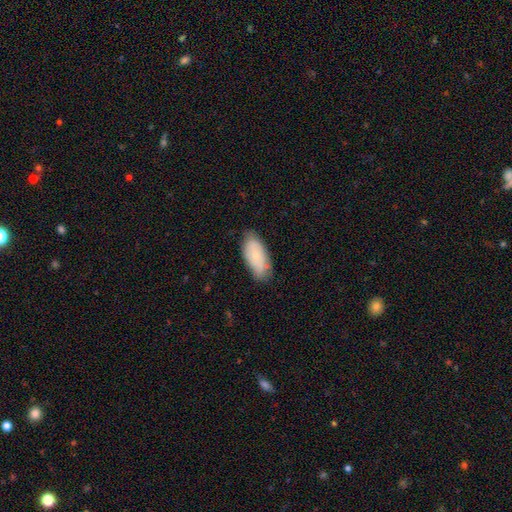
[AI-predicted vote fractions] smooth-or-featured: smooth: 58% | featured or disk: 35% | star or artifact: 7%
  how-rounded: in between: 92% | cigar-shaped: 6% | round: 3%
  merging: none: 70% | minor disturbance: 24% | major disturbance: 4% | merger: 2%